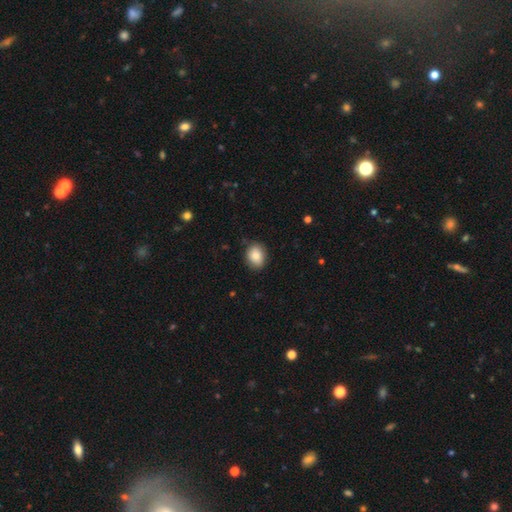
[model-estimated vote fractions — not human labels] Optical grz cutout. It shows a smooth galaxy with no disk features (83%) that is in between round and cigar-shaped (53%). Merging: none (81%).